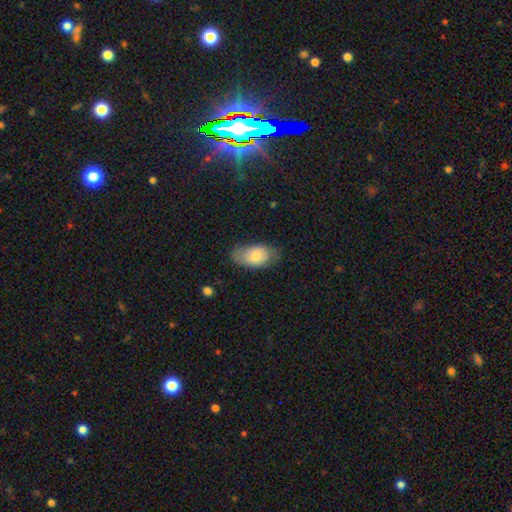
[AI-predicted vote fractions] smooth-or-featured: smooth: 72% | featured or disk: 21% | star or artifact: 7%
  how-rounded: in between: 92% | round: 6% | cigar-shaped: 2%
  merging: none: 66% | minor disturbance: 27% | major disturbance: 7% | merger: 1%